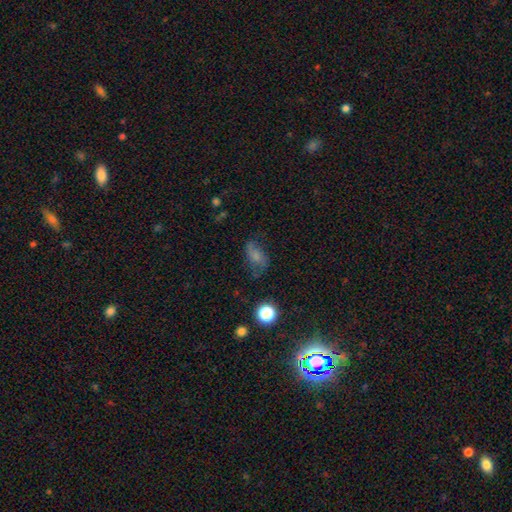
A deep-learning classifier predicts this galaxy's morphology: This appears to be a smooth galaxy with no disk features (60%) that is in between round and cigar-shaped (84%). Merging: none (50%).